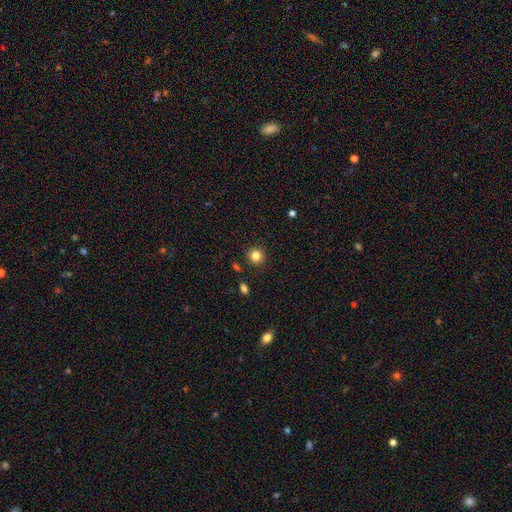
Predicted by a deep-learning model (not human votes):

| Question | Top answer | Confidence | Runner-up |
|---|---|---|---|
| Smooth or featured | smooth | 83% | star or artifact (12%) |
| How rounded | round | 92% | in between (7%) |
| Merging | none | 90% | minor disturbance (6%) |